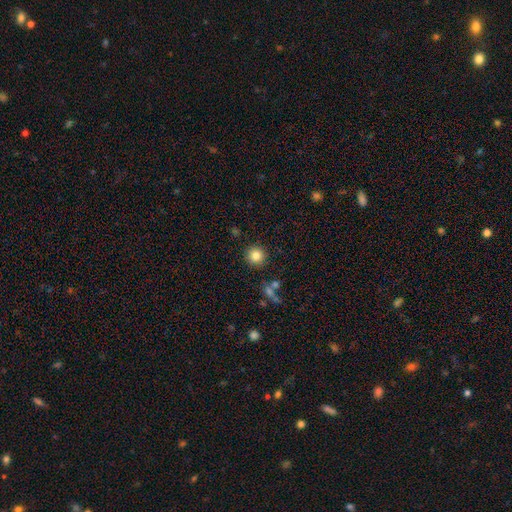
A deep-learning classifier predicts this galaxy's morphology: A smooth galaxy with no disk features (83%) that is round (94%).

Vote fractions:
- Smooth or featured? smooth: 83% / star or artifact: 10% / featured or disk: 6%
- How rounded? round: 94% / in between: 5% / cigar-shaped: 1%
- Merging? none: 88% / minor disturbance: 6% / merger: 3% / major disturbance: 3%